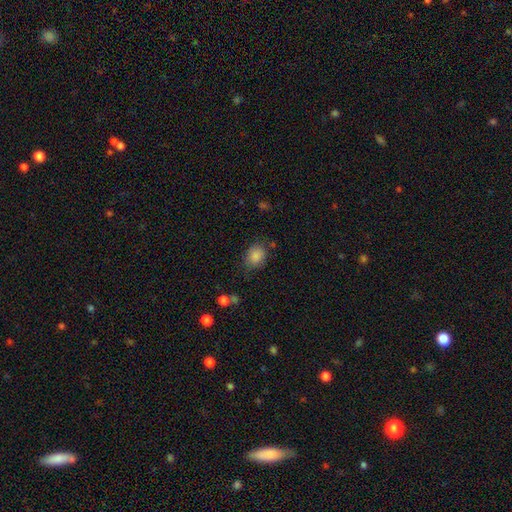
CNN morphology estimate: smooth_or_featured: smooth (p=0.86) [alt: star or artifact p=0.09]
how_rounded: round (p=0.54) [alt: in between p=0.45]
merging: none (p=0.73) [alt: minor disturbance p=0.18]